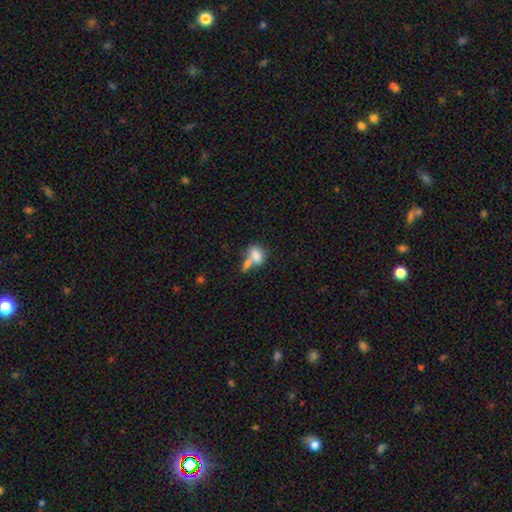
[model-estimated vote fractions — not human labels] This appears to be a smooth galaxy with no disk features (77%) that is in between round and cigar-shaped (75%). Merging: merger (52%).